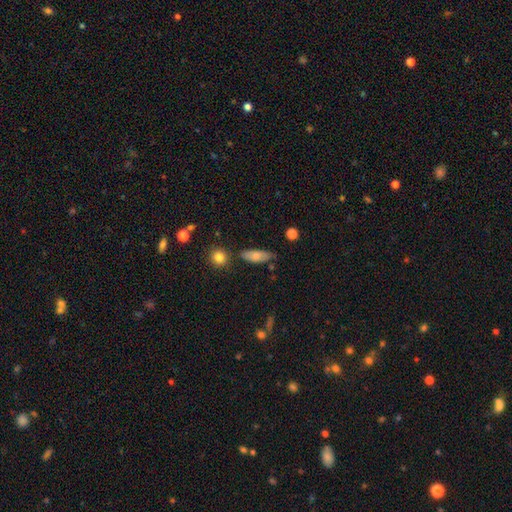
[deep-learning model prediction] smooth 76%, featured or disk 16%, star or artifact 7%. Down the decision tree: how rounded — in between (69%); merging — none (72%).